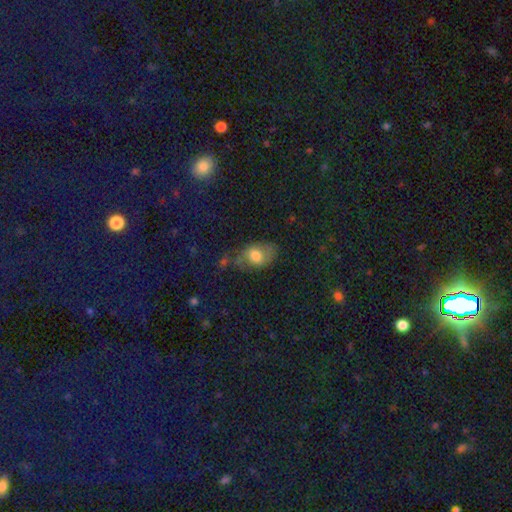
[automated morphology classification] A smooth galaxy with no disk features (65%) that is in between round and cigar-shaped (78%). Merging: none (47%).